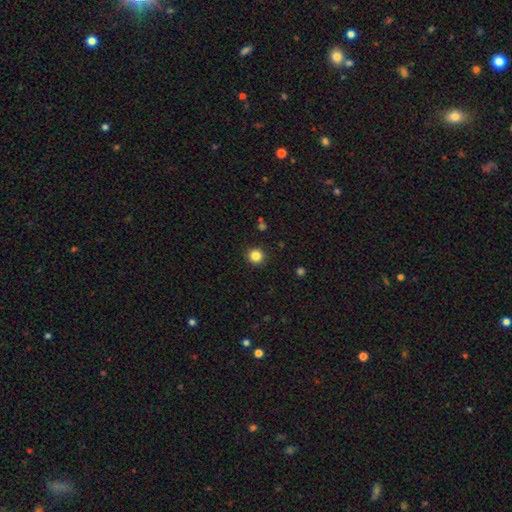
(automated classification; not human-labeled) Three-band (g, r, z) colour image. It shows a smooth galaxy with no disk features (84%) that is round (95%). Merging: none (92%).